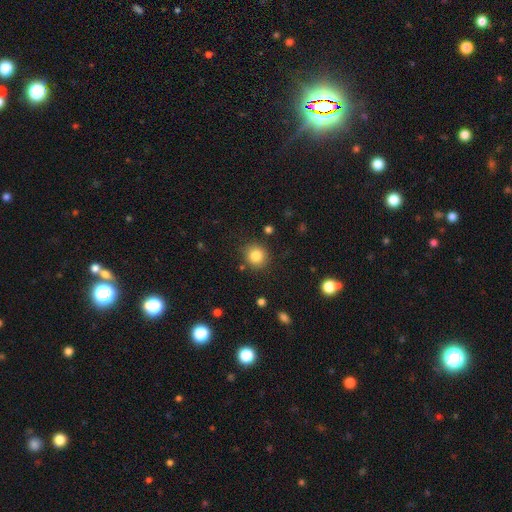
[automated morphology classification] smooth_or_featured: smooth (p=0.83) [alt: star or artifact p=0.11]
how_rounded: round (p=0.87) [alt: in between p=0.12]
merging: none (p=0.85) [alt: minor disturbance p=0.09]